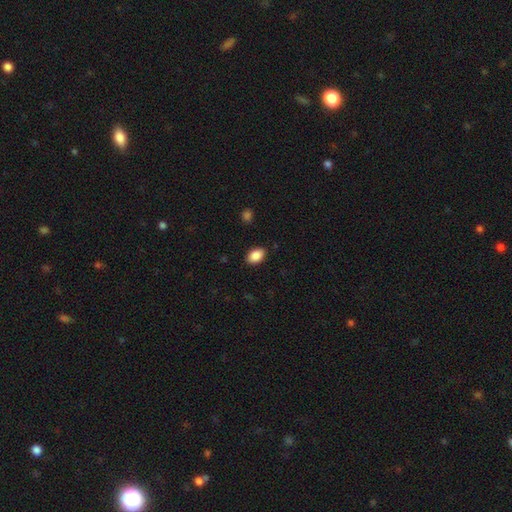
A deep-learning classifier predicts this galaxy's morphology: smooth-or-featured: smooth: 89% | star or artifact: 7% | featured or disk: 4%
  how-rounded: in between: 89% | round: 10% | cigar-shaped: 1%
  merging: none: 88% | minor disturbance: 9% | major disturbance: 2% | merger: 1%